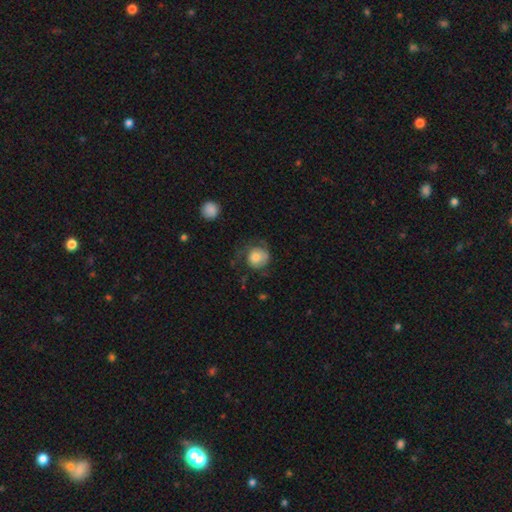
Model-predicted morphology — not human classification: A smooth galaxy with no disk features (66%) that is round (86%). Merging: none (46%).